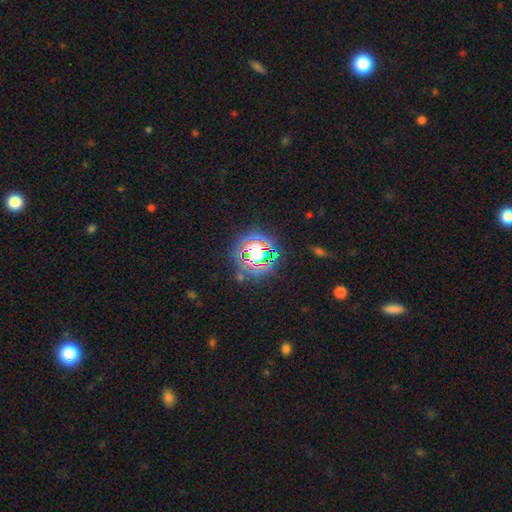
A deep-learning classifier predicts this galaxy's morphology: A star or artifact, not a galaxy (61%).